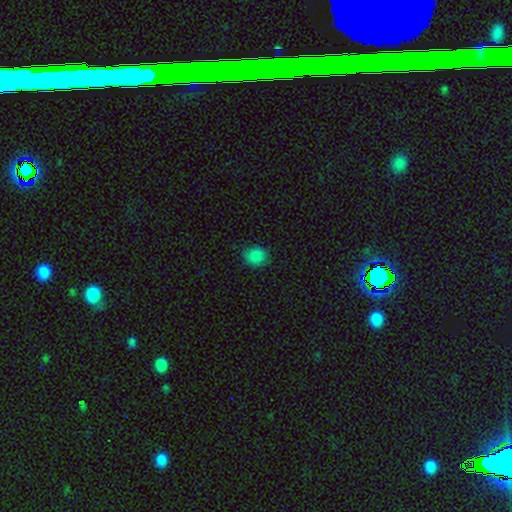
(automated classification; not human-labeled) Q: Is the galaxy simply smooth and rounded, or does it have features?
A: smooth — 86%.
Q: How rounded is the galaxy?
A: round — 65%.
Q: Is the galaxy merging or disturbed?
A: none — 82%.